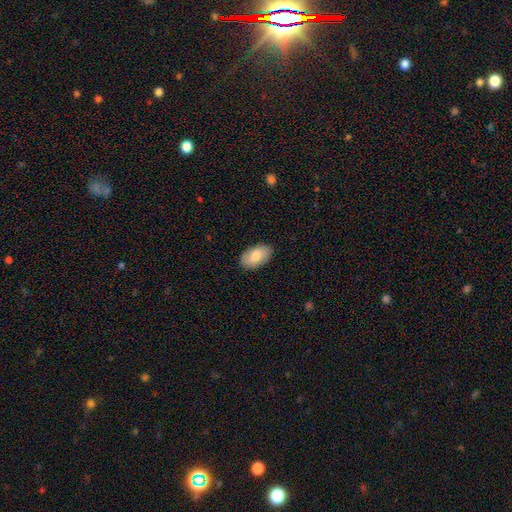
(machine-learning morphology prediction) A smooth galaxy with no disk features (79%) that is in between round and cigar-shaped (95%). Merging: none (87%).